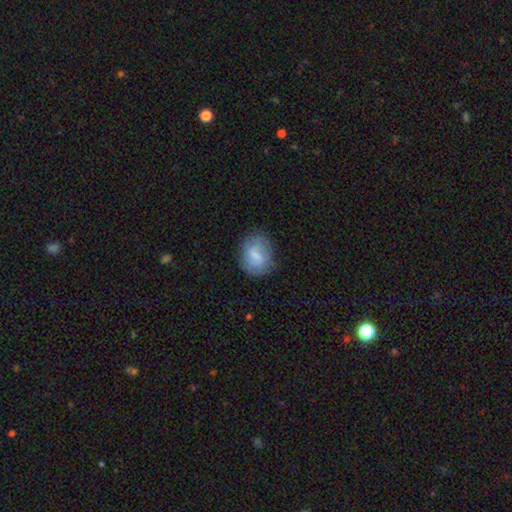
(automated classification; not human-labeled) This is likely a smooth galaxy (61%). How rounded: likely in between (61%). Merging: likely none (70%).